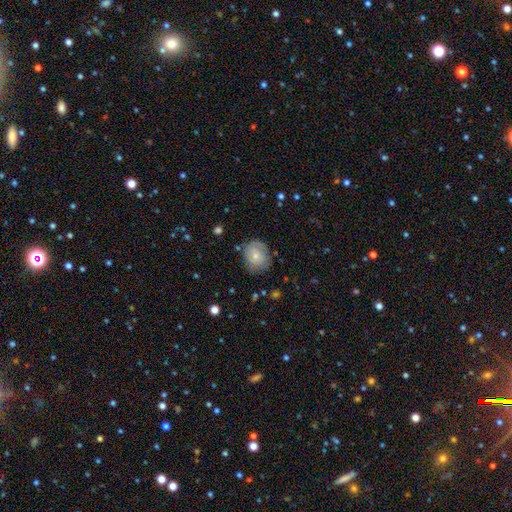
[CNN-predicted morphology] Smooth or featured: smooth — 64% (featured or disk — 28%)
How rounded: round — 68% (in between — 31%)
Merging: none — 71% (minor disturbance — 21%)